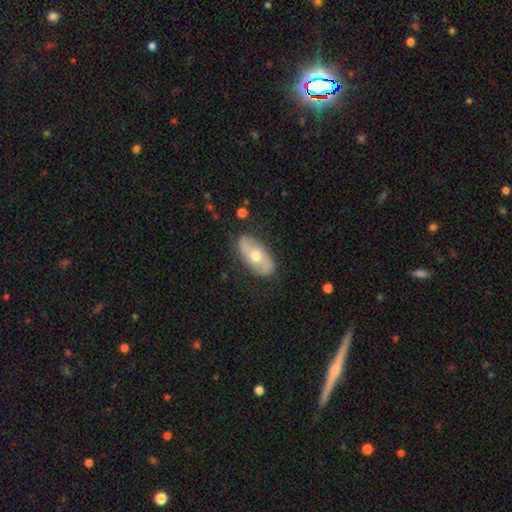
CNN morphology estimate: This is possibly a featured or disk galaxy (49%). Merging: clearly none (82%).